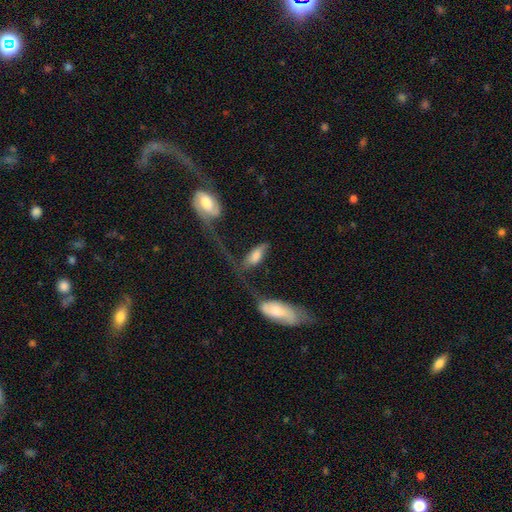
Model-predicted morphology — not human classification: A smooth galaxy with no disk features (62%) that is in between round and cigar-shaped (79%).

Vote fractions:
- Smooth or featured? smooth: 62% / featured or disk: 30% / star or artifact: 8%
- How rounded? in between: 79% / cigar-shaped: 17% / round: 4%
- Merging? major disturbance: 34% / merger: 30% / none: 20% / minor disturbance: 16%